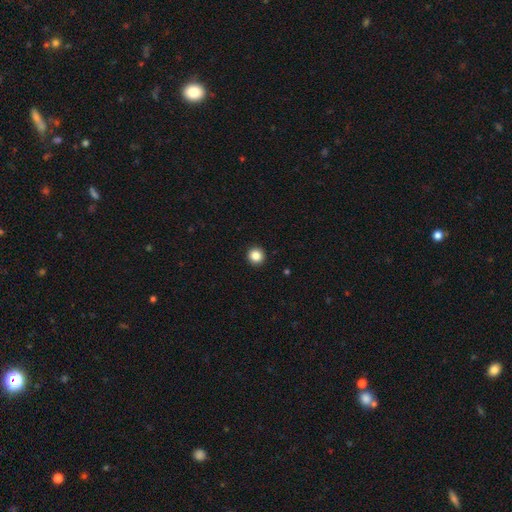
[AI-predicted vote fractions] Overall: smooth (86%). How rounded: round (95%). Merging: none (93%).